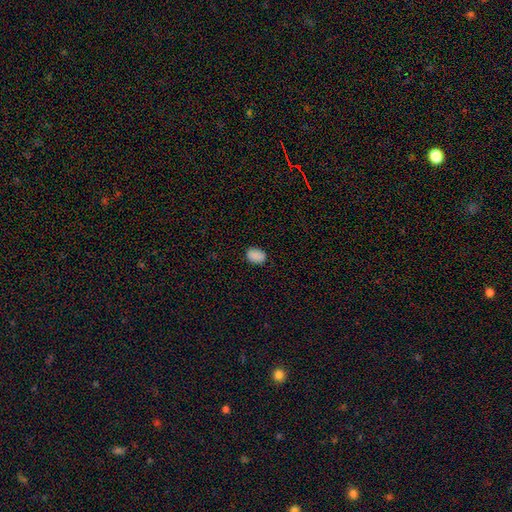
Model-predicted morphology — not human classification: Smooth or featured? Predicted: smooth (p=0.88). How rounded? Predicted: in between (p=0.79). Merging? Predicted: none (p=0.86).